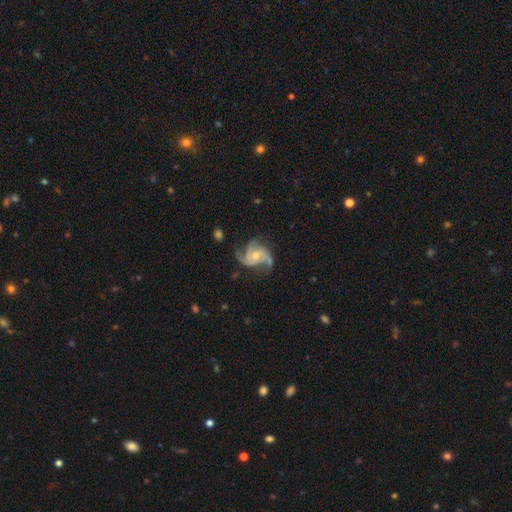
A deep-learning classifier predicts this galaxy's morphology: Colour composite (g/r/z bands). It shows a featured or disk galaxy (89%) with no bar (66%), 3 (63%) medium (53%) spiral arms (97%) and a moderate central bulge (54%). Merging: none (61%).